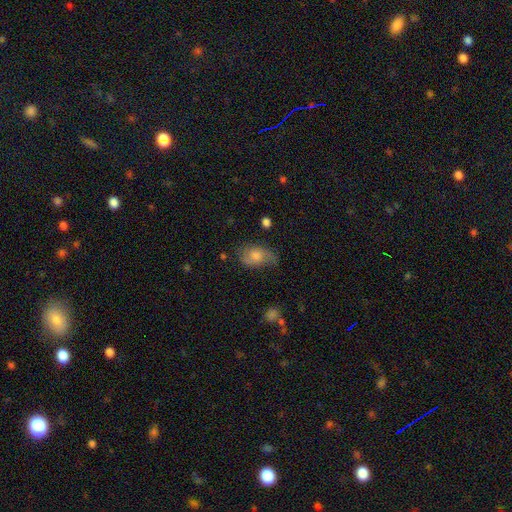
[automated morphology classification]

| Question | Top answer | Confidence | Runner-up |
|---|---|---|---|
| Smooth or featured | smooth | 54% | featured or disk (36%) |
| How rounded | in between | 84% | round (14%) |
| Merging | none | 61% | minor disturbance (27%) |